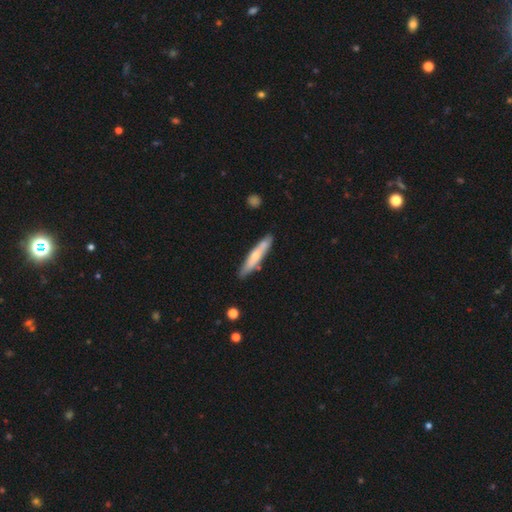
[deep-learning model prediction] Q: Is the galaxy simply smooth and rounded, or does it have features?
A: smooth — 56%.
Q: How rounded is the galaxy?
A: cigar-shaped — 90%.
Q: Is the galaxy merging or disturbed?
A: none — 82%.